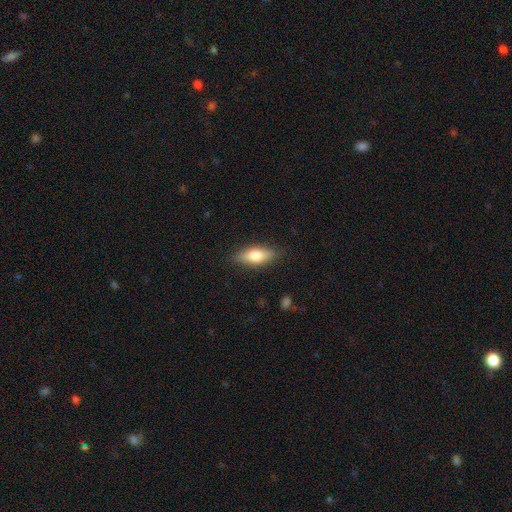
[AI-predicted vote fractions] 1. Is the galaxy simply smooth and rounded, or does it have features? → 68% smooth, 25% featured or disk, 7% star or artifact.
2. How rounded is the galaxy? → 68% in between, 28% cigar-shaped, 3% round.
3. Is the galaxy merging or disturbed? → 85% none, 11% minor disturbance, 3% major disturbance, 1% merger.